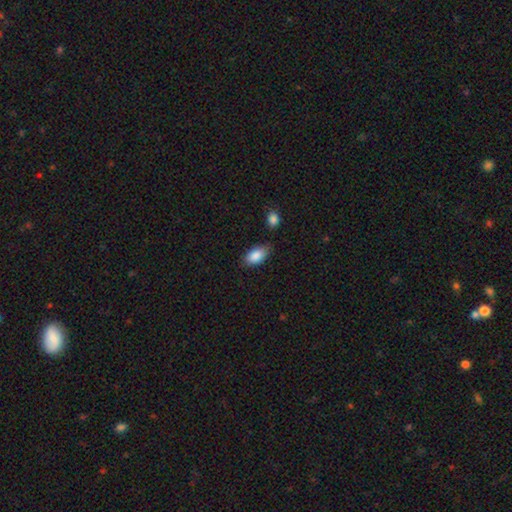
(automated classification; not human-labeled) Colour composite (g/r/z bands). It shows a smooth galaxy with no disk features (87%) that is in between round and cigar-shaped (93%). Merging: none (77%).